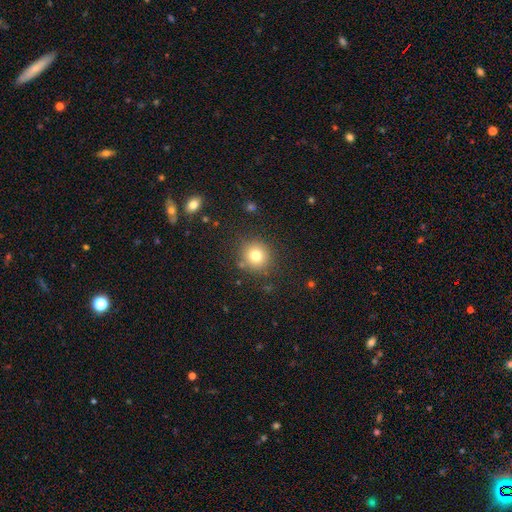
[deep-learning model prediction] This appears to be a smooth galaxy with no disk features (78%) that is round (91%). Merging: none (85%).